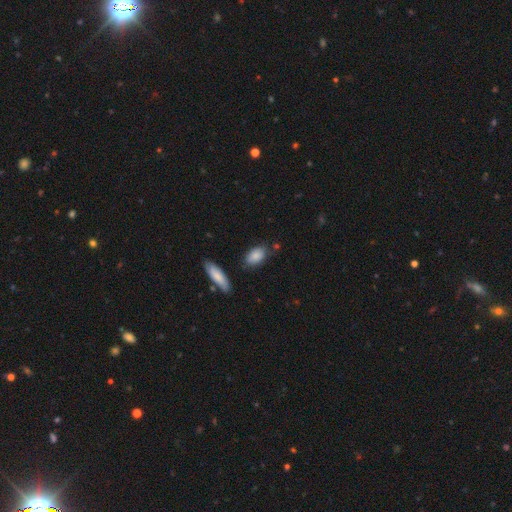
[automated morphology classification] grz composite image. It shows a smooth galaxy with no disk features (84%) that is in between round and cigar-shaped (89%). Merging: none (73%).